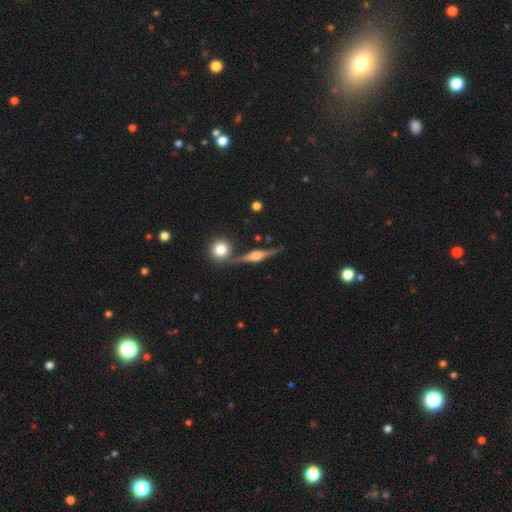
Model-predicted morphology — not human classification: smooth-or-featured: featured or disk: 80% | smooth: 13% | star or artifact: 7%
  disk-edge-on: yes: 96% | no: 4%
    edge-on-bulge: rounded: 84% | boxy: 13% | none: 3%
  merging: none: 80% | minor disturbance: 11% | merger: 6% | major disturbance: 3%